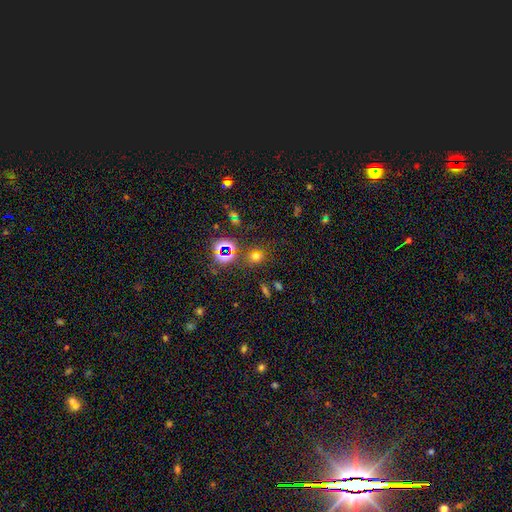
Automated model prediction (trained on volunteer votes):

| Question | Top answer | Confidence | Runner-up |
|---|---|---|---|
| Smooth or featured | smooth | 60% | star or artifact (33%) |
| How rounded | round | 69% | in between (30%) |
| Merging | none | 78% | minor disturbance (10%) |